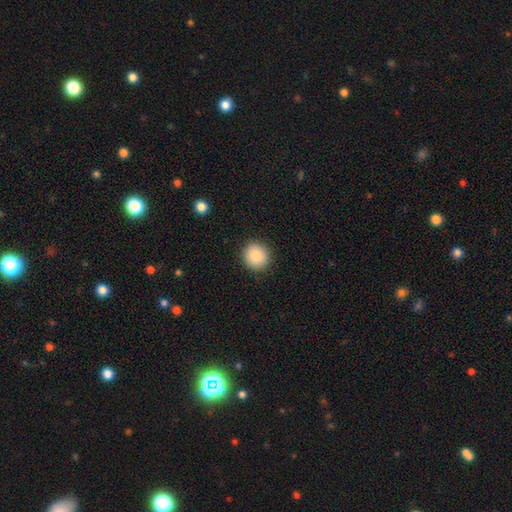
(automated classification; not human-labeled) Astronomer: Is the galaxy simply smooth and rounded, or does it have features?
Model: smooth — 88%.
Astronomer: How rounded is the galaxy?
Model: round — 93%.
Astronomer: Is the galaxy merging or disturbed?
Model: none — 92%.